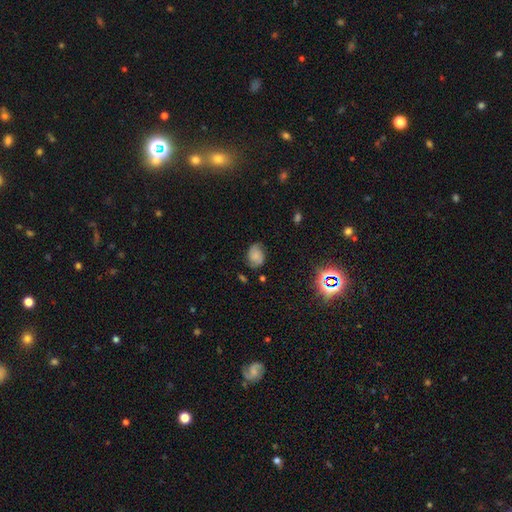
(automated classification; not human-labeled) smooth 45%, featured or disk 42%, star or artifact 13%. Down the decision tree: merging — none (70%).